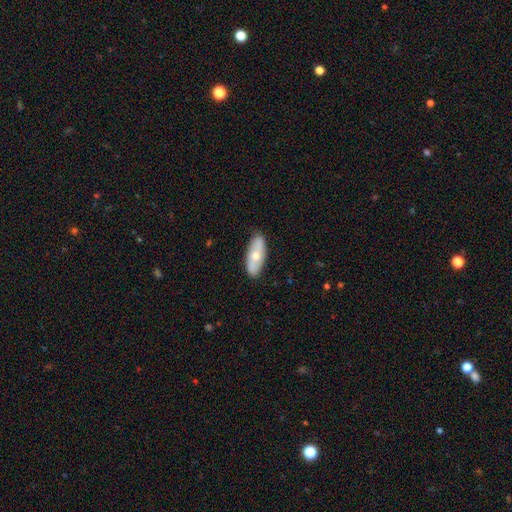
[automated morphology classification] smooth 59%, featured or disk 36%, star or artifact 5%. Down the decision tree: how rounded — in between (81%); merging — none (84%).